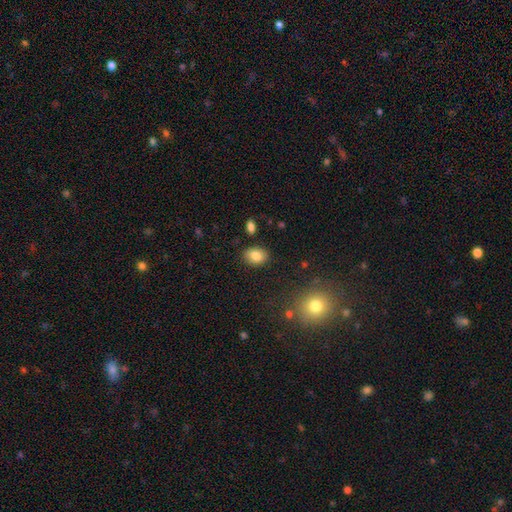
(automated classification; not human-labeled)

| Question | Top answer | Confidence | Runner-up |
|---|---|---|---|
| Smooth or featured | smooth | 82% | star or artifact (9%) |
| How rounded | in between | 74% | round (25%) |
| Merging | none | 85% | minor disturbance (10%) |